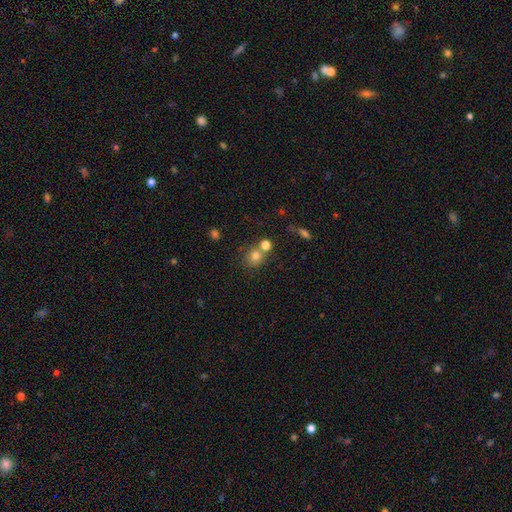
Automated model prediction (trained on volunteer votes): Q: Smooth or featured?
A: smooth (76%); runner-up: star or artifact (14%)
Q: How rounded?
A: round (80%); runner-up: in between (19%)
Q: Merging?
A: none (56%); runner-up: merger (31%)